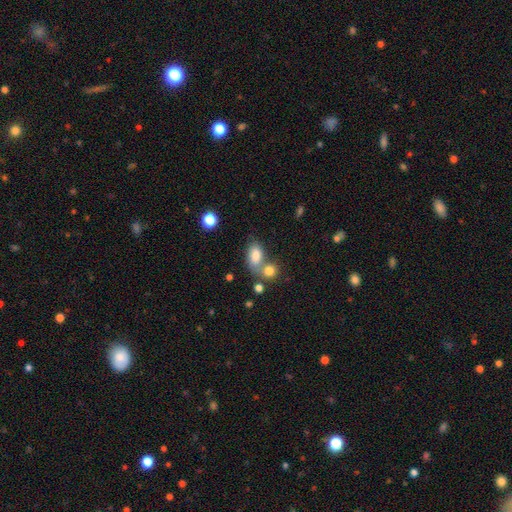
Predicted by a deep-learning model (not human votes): Overall: smooth (81%). How rounded: in between (87%). Merging: merger (41%, tied with none).